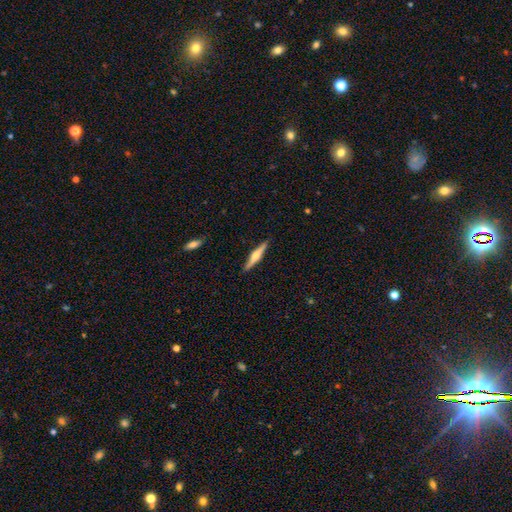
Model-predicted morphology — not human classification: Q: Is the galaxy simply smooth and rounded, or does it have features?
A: featured or disk — 65%.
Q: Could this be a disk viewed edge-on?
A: yes — 97%.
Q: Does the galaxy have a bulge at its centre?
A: rounded — 88%.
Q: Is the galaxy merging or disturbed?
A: none — 90%.